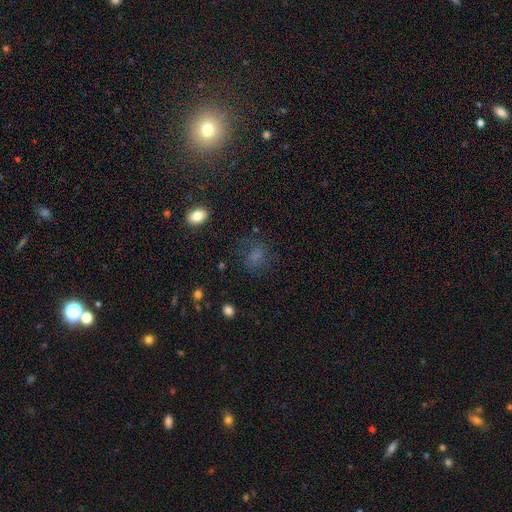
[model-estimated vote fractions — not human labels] Overall: smooth (62%). How rounded: in between (51%; round 47%). Merging: none (59%).